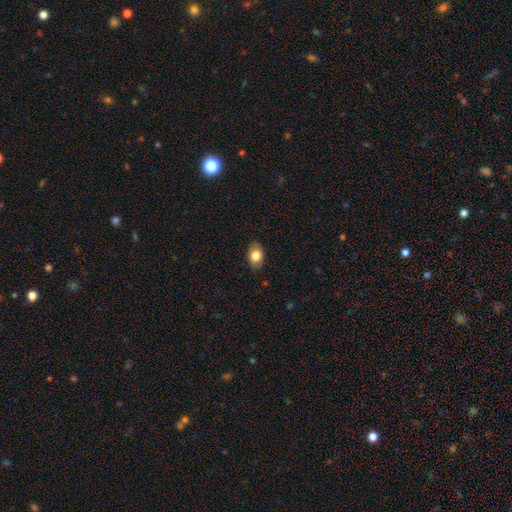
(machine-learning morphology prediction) Overall: smooth (82%). How rounded: in between (83%). Merging: none (86%).